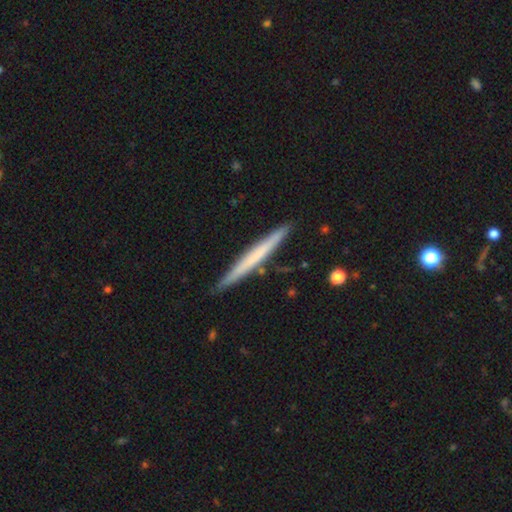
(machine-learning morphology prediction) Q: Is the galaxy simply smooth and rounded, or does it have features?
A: smooth — 52%.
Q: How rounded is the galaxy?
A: cigar-shaped — 97%.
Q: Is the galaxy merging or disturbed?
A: none — 88%.